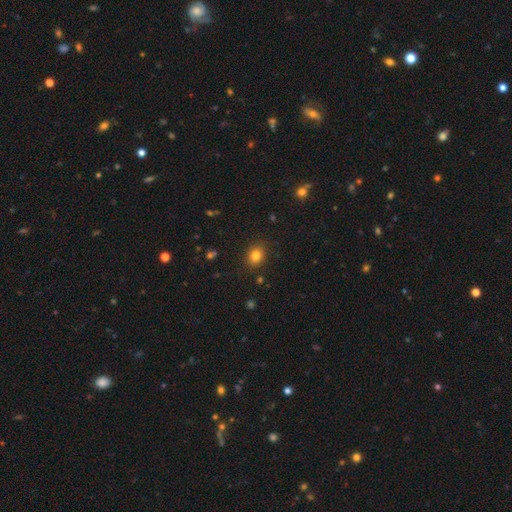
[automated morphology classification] A smooth galaxy with no disk features (82%) that is round (54%).

Vote fractions:
- Smooth or featured? smooth: 82% / star or artifact: 12% / featured or disk: 6%
- How rounded? round: 54% / in between: 45% / cigar-shaped: 1%
- Merging? none: 86% / minor disturbance: 9% / major disturbance: 3% / merger: 1%